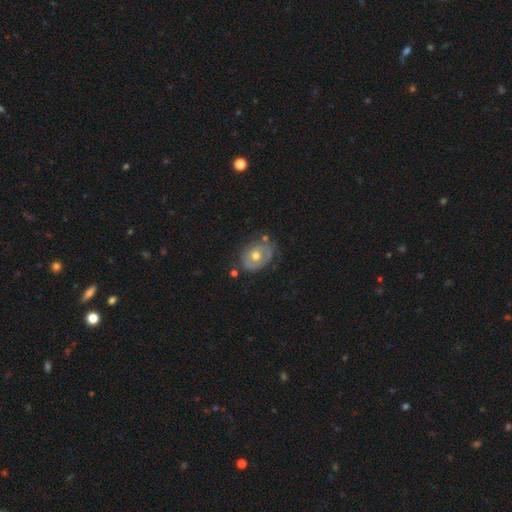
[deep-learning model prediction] featured or disk 52%, smooth 42%, star or artifact 7%. Down the decision tree: edge-on disk — no (94%); merging — none (58%).